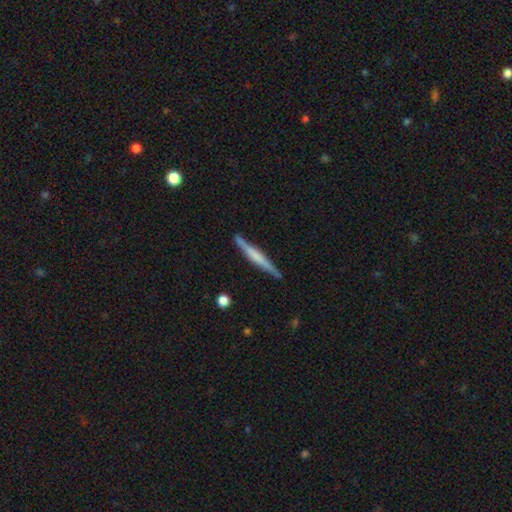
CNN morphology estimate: Smooth or featured?
  - featured or disk: 59% *
  - smooth: 35%
  - star or artifact: 6%
Edge-on disk?
  - yes: 97% *
  - no: 3%
Edge-on bulge?
  - boxy: 39% *
  - rounded: 33%
  - none: 29%
Merging?
  - none: 87% *
  - minor disturbance: 10%
  - major disturbance: 2%
  - merger: 2%